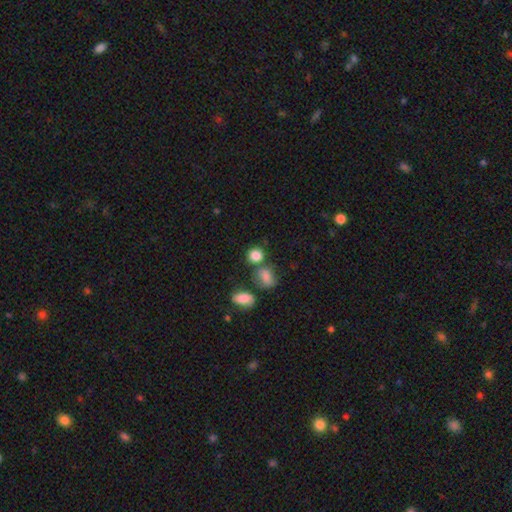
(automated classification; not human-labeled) smooth_or_featured: smooth (p=0.84) [alt: star or artifact p=0.10]
how_rounded: round (p=0.77) [alt: in between p=0.22]
merging: none (p=0.62) [alt: merger p=0.20]